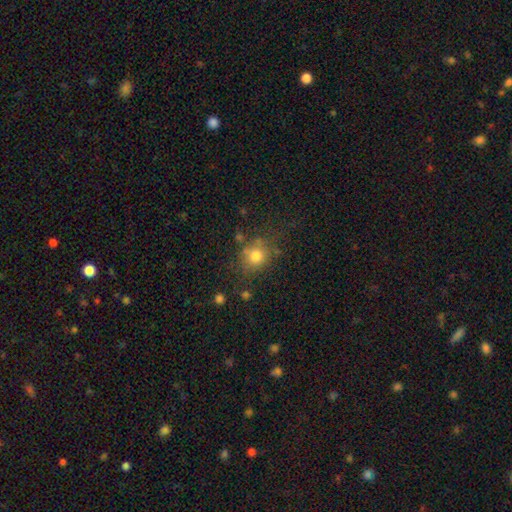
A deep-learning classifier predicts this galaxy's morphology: Overall: smooth (78%). How rounded: round (77%). Merging: none (68%).